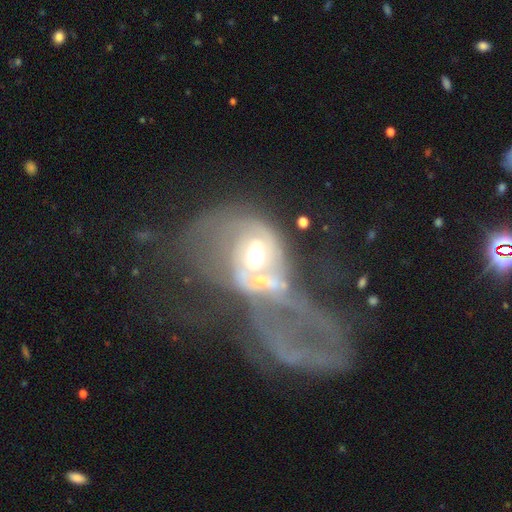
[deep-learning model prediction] Morphology: type=featured or disk (71%); edge-on=no (95%); bar=no (65%); spiral arms=no (51%); bulge=moderate (66%); merging=merger (45%).